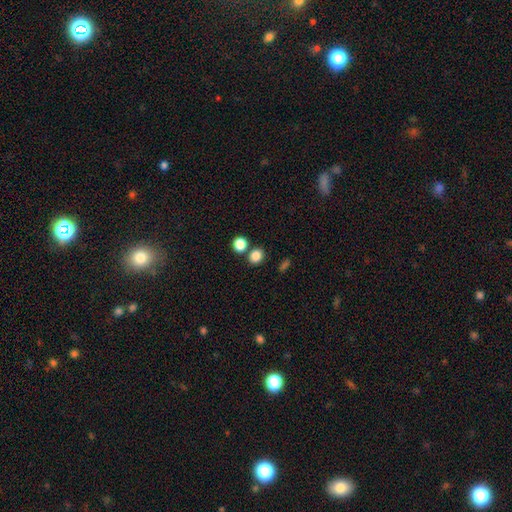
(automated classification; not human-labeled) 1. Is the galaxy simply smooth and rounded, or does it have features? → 84% smooth, 12% star or artifact, 4% featured or disk.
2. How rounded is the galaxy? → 72% round, 27% in between, 1% cigar-shaped.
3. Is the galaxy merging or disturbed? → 73% none, 17% merger, 8% minor disturbance, 3% major disturbance.